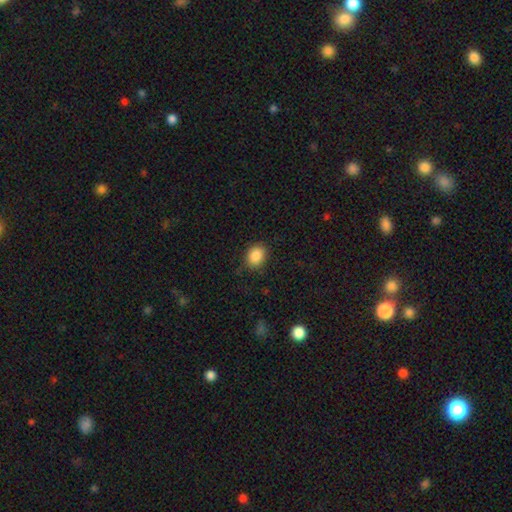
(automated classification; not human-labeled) Overall: smooth (88%). How rounded: in between (51%; round 48%). Merging: none (81%).